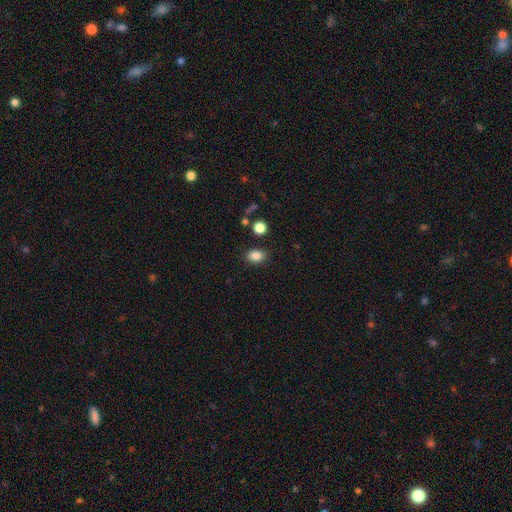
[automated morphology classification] smooth-or-featured: smooth: 85% | star or artifact: 10% | featured or disk: 5%
  how-rounded: in between: 74% | round: 24% | cigar-shaped: 1%
  merging: none: 84% | minor disturbance: 10% | merger: 3% | major disturbance: 3%